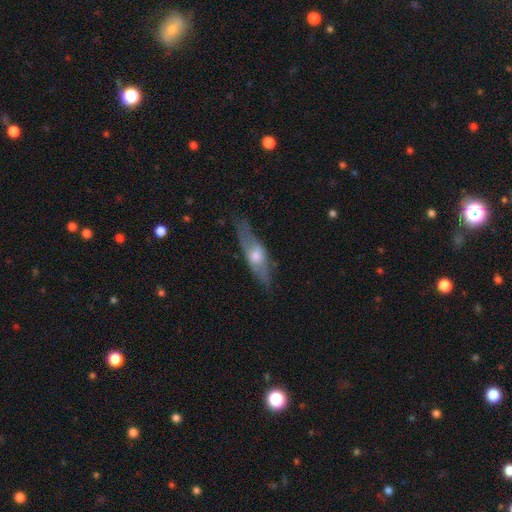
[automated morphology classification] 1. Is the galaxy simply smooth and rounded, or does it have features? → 48% featured or disk, 46% smooth, 6% star or artifact.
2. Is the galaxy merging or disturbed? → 67% none, 23% minor disturbance, 8% major disturbance, 2% merger.